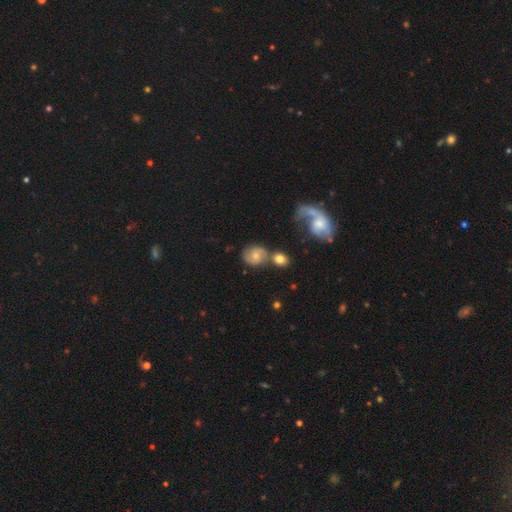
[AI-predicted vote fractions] smooth 46%, featured or disk 44%, star or artifact 10%. Down the decision tree: merging — none (52%).